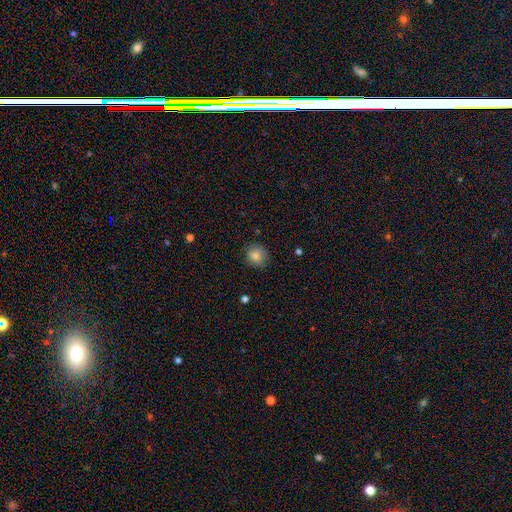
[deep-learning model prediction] Overall: smooth (84%). How rounded: round (82%). Merging: none (83%).